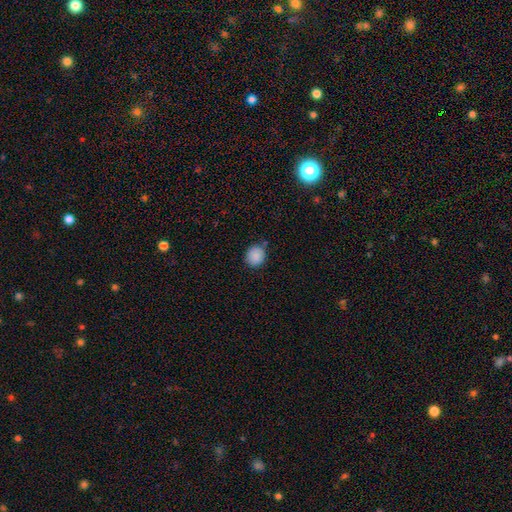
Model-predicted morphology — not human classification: Smooth or featured? smooth (88%)
How rounded? round (82%)
Merging? none (77%)